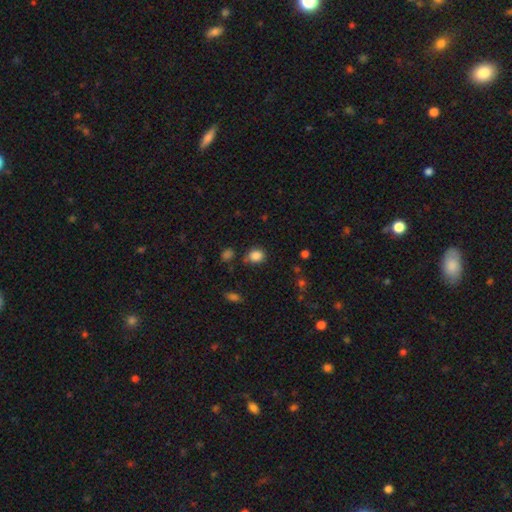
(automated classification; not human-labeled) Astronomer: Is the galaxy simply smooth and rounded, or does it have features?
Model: smooth — 85%.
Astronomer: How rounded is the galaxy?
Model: round — 59% (runner-up: in between, 40%).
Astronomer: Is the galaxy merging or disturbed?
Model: none — 73%.